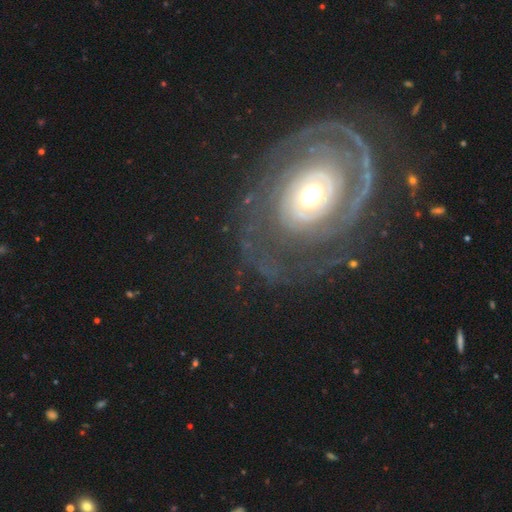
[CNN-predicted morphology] Smooth or featured? Predicted: featured or disk (p=0.86). Edge-on disk? Predicted: no (p=0.96). Bar? Predicted: no (p=0.73). Spiral arms? Predicted: yes (p=0.89). Spiral winding? Predicted: tight (p=0.71). Spiral arm count? Predicted: 2 (p=0.42). Bulge size? Predicted: moderate (p=0.59). Merging? Predicted: none (p=0.74).